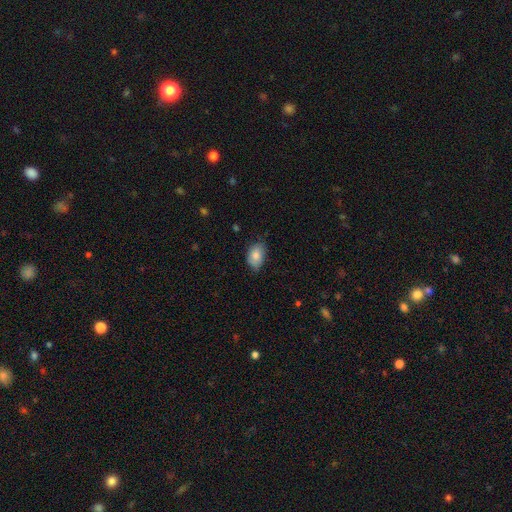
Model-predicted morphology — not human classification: The model was most divided on "merging": none: 69%, minor disturbance: 26%, major disturbance: 4%, merger: 1%. More confident: how rounded — in between (84%); smooth or featured — smooth (79%).